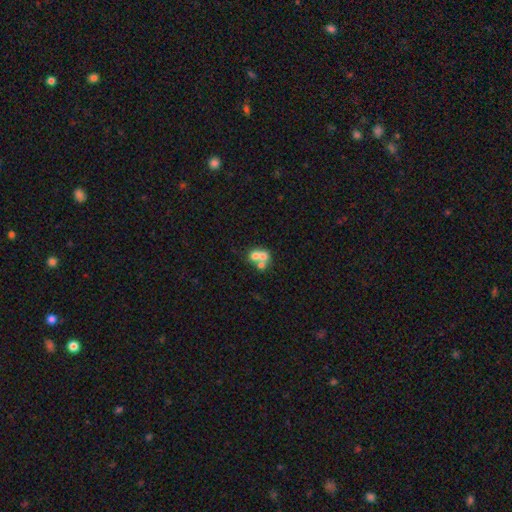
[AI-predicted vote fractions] Smooth or featured? smooth (56%)
How rounded? round (68%)
Merging? merger (64%)